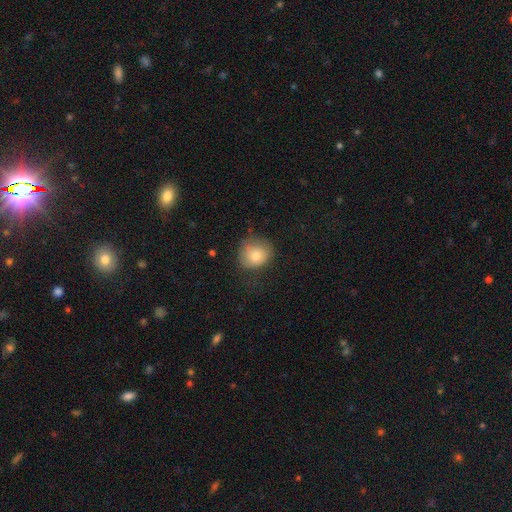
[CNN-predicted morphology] This is likely a smooth galaxy (79%). How rounded: likely round (79%). Merging: likely none (64%).